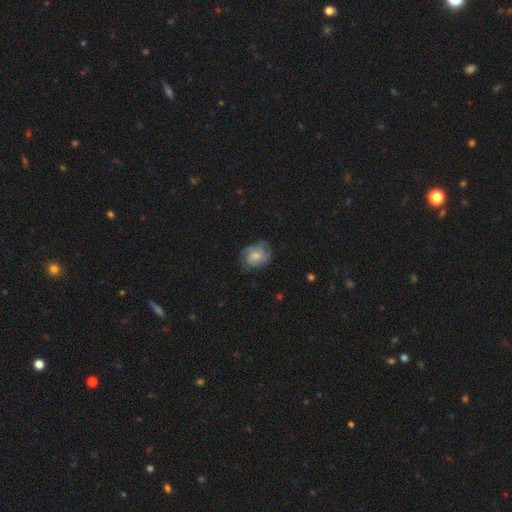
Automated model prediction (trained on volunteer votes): smooth_or_featured: featured or disk (p=0.70) [alt: smooth p=0.23]
disk_edge_on: no (p=0.97) [alt: yes p=0.03]
bar: no (p=0.64) [alt: weak p=0.32]
has_spiral_arms: yes (p=0.93) [alt: no p=0.07]
spiral_winding: tight (p=0.53) [alt: medium p=0.37]
spiral_arm_count: 3 (p=0.33) [alt: 2 p=0.25]
bulge_size: moderate (p=0.48) [alt: small p=0.35]
merging: none (p=0.73) [alt: minor disturbance p=0.19]